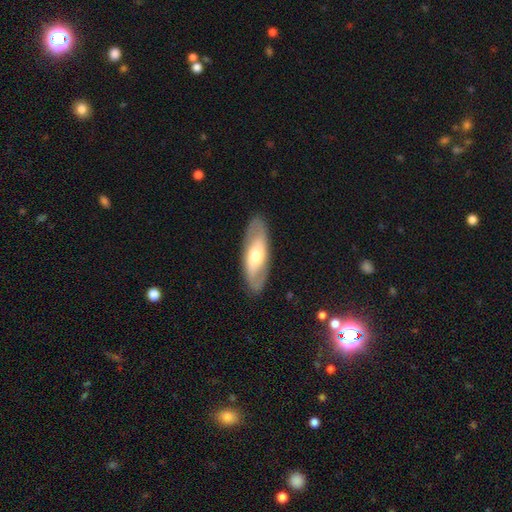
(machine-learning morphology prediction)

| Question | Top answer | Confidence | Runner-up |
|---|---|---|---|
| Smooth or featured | featured or disk | 57% | smooth (37%) |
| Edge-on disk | no | 81% | yes (19%) |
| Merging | none | 87% | minor disturbance (9%) |